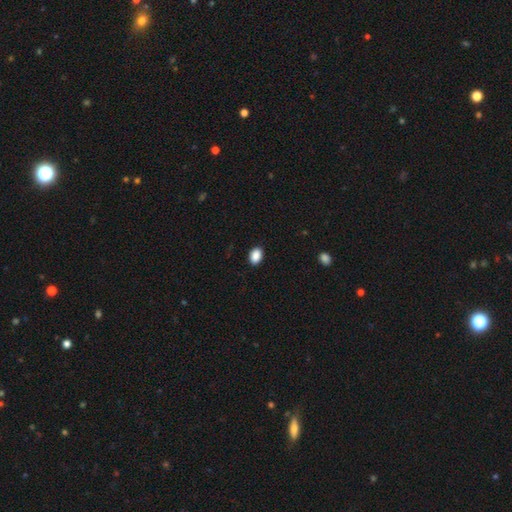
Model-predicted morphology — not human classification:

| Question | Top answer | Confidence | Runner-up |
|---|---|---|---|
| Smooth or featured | smooth | 89% | star or artifact (8%) |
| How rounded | in between | 81% | round (17%) |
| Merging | none | 89% | minor disturbance (8%) |